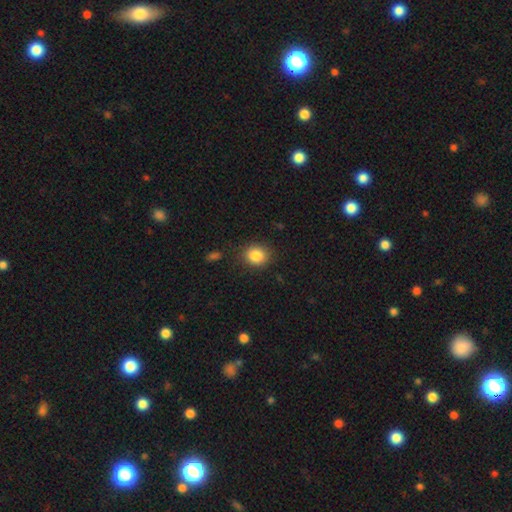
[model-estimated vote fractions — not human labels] Q: Smooth or featured?
A: smooth (85%); runner-up: star or artifact (10%)
Q: How rounded?
A: round (73%); runner-up: in between (26%)
Q: Merging?
A: none (85%); runner-up: minor disturbance (11%)